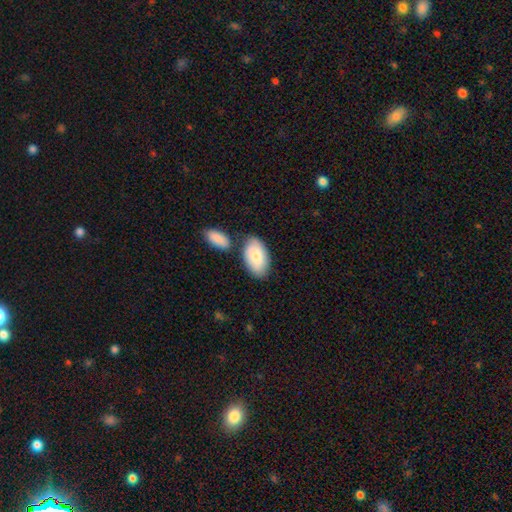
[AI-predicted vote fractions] Overall: smooth (79%). How rounded: in between (95%). Merging: none (65%).